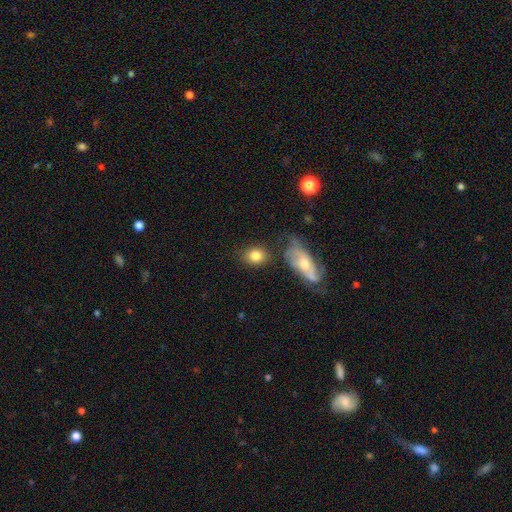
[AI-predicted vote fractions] A smooth galaxy with no disk features (81%) that is round (50%).

Vote fractions:
- Smooth or featured? smooth: 81% / featured or disk: 11% / star or artifact: 8%
- How rounded? round: 50% / in between: 48% / cigar-shaped: 2%
- Merging? none: 70% / minor disturbance: 14% / merger: 10% / major disturbance: 5%